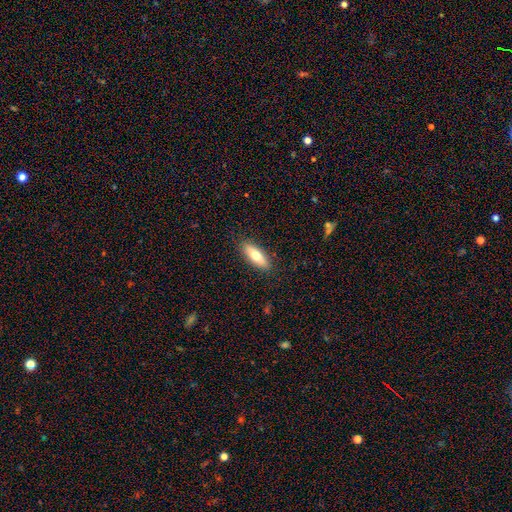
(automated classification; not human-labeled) Morphology: type=smooth (71%); roundness=in between (63%); merging=none (88%).